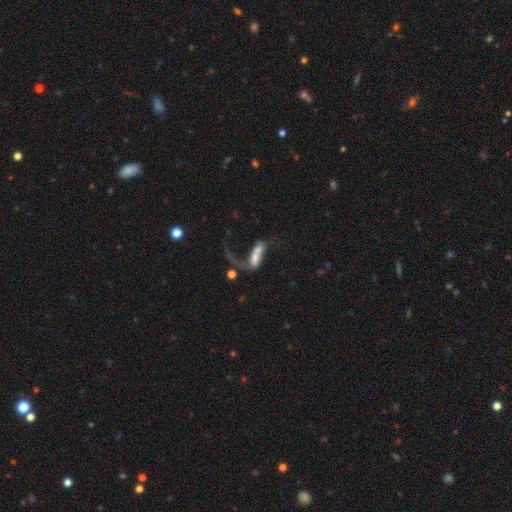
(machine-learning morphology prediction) A featured or disk galaxy (45%).

Vote fractions:
- Smooth or featured? featured or disk: 45% / smooth: 44% / star or artifact: 10%
- Merging? merger: 51% / major disturbance: 28% / none: 14% / minor disturbance: 8%